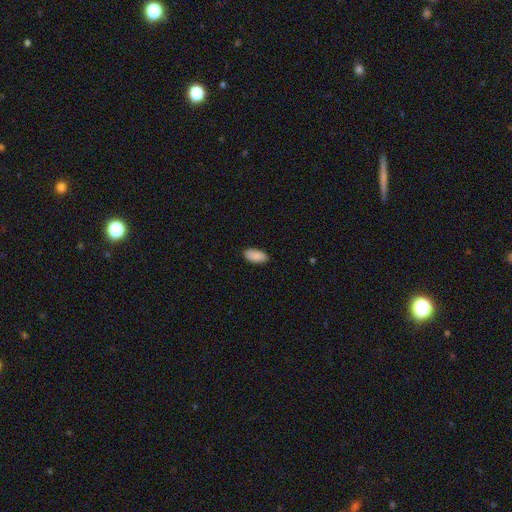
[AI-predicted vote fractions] A smooth galaxy with no disk features (89%) that is in between round and cigar-shaped (94%). Merging: none (85%).